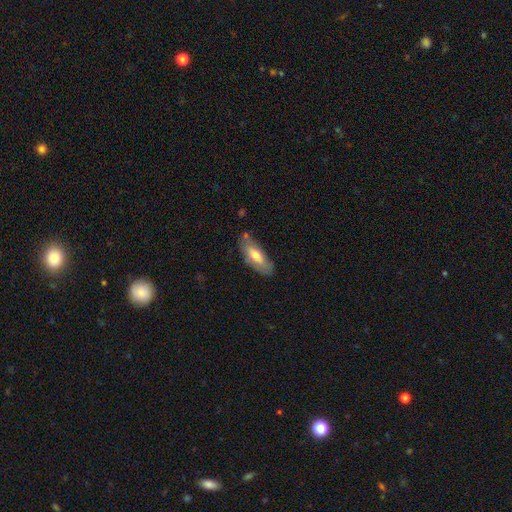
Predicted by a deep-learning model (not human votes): smooth-or-featured: smooth: 61% | featured or disk: 33% | star or artifact: 6%
  how-rounded: in between: 70% | cigar-shaped: 28% | round: 2%
  merging: none: 72% | minor disturbance: 20% | major disturbance: 4% | merger: 4%